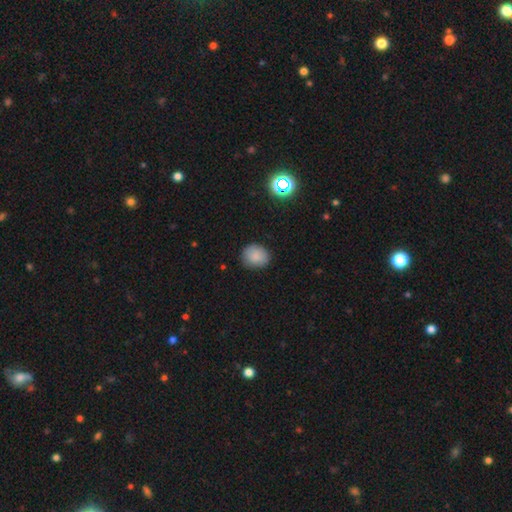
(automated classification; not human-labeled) Smooth or featured?
  - smooth: 85% *
  - star or artifact: 9%
  - featured or disk: 6%
How rounded?
  - round: 62% *
  - in between: 37%
  - cigar-shaped: 1%
Merging?
  - none: 82% *
  - minor disturbance: 14%
  - major disturbance: 3%
  - merger: 1%